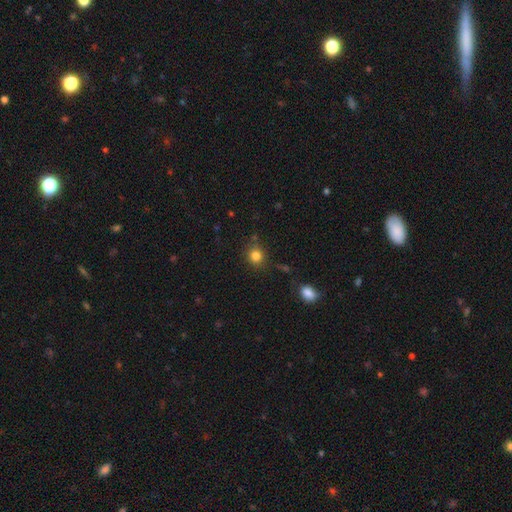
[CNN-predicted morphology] A smooth galaxy with no disk features (82%) that is round (85%).

Vote fractions:
- Smooth or featured? smooth: 82% / star or artifact: 12% / featured or disk: 6%
- How rounded? round: 85% / in between: 14% / cigar-shaped: 1%
- Merging? none: 82% / minor disturbance: 10% / merger: 4% / major disturbance: 3%